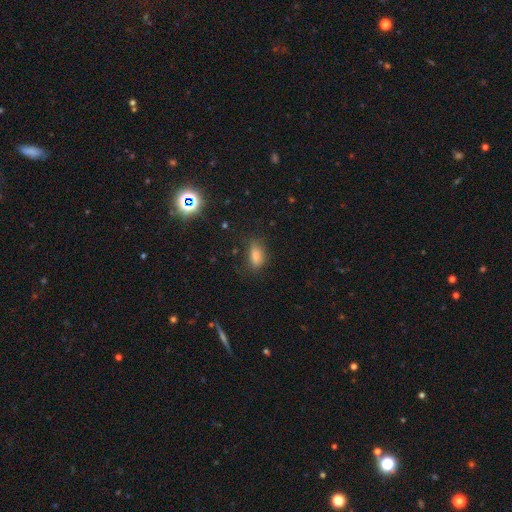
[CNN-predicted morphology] Smooth or featured?
  - smooth: 75% *
  - star or artifact: 17%
  - featured or disk: 8%
How rounded?
  - in between: 84% *
  - round: 11%
  - cigar-shaped: 5%
Merging?
  - none: 72% *
  - minor disturbance: 20%
  - major disturbance: 6%
  - merger: 2%